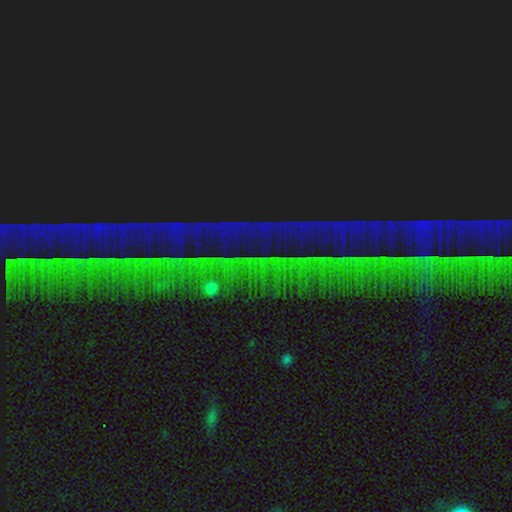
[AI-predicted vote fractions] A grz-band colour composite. It shows a star or artifact, not a galaxy (86%).